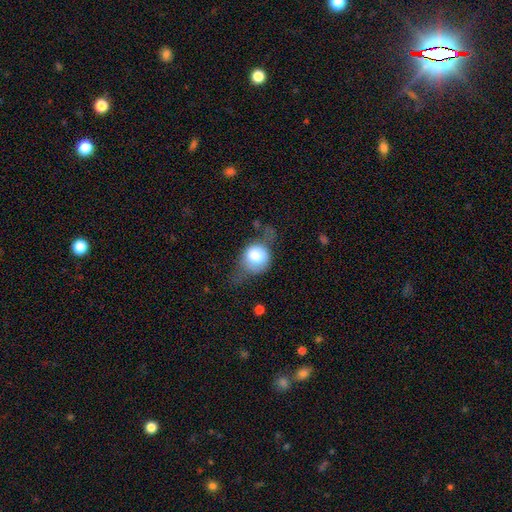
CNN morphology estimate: Q: Smooth or featured?
A: smooth (71%); runner-up: featured or disk (22%)
Q: How rounded?
A: round (71%); runner-up: in between (27%)
Q: Merging?
A: major disturbance (33%); runner-up: minor disturbance (32%)